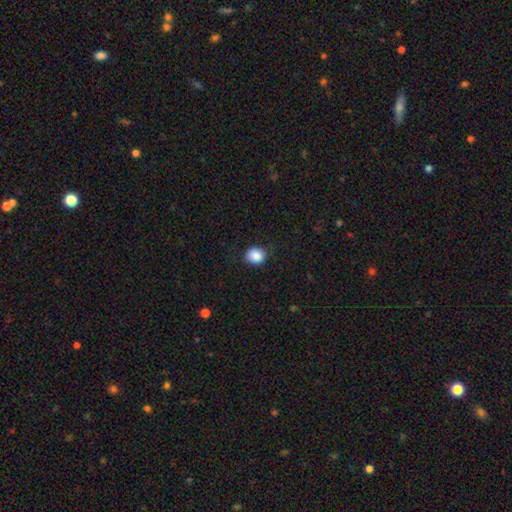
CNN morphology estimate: smooth_or_featured: smooth (p=0.88) [alt: star or artifact p=0.09]
how_rounded: round (p=0.67) [alt: in between p=0.33]
merging: none (p=0.84) [alt: minor disturbance p=0.12]